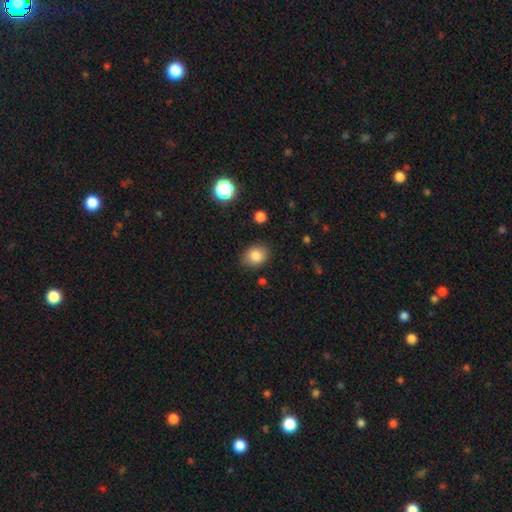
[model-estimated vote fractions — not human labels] This is clearly a smooth galaxy (84%). How rounded: possibly in between (50%). Merging: clearly none (85%).